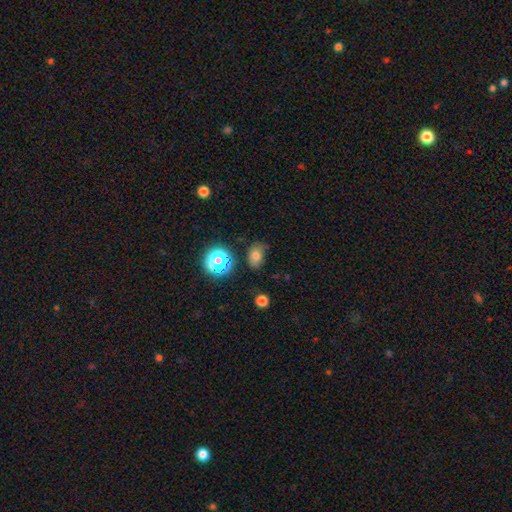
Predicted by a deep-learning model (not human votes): smooth_or_featured: smooth (p=0.72) [alt: star or artifact p=0.18]
how_rounded: in between (p=0.69) [alt: round p=0.30]
merging: none (p=0.68) [alt: minor disturbance p=0.22]